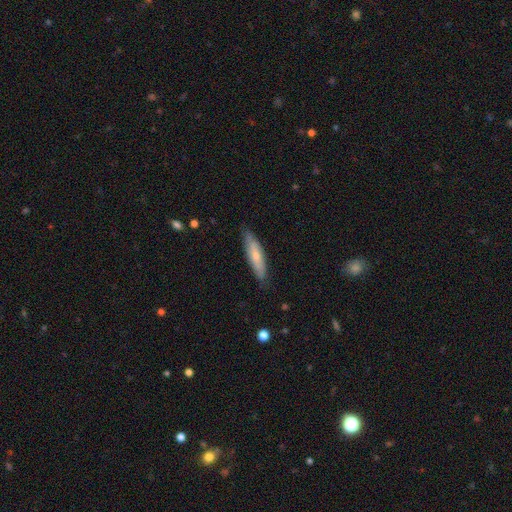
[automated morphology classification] smooth 66%, featured or disk 29%, star or artifact 5%. Down the decision tree: how rounded — cigar-shaped (74%); merging — none (80%).